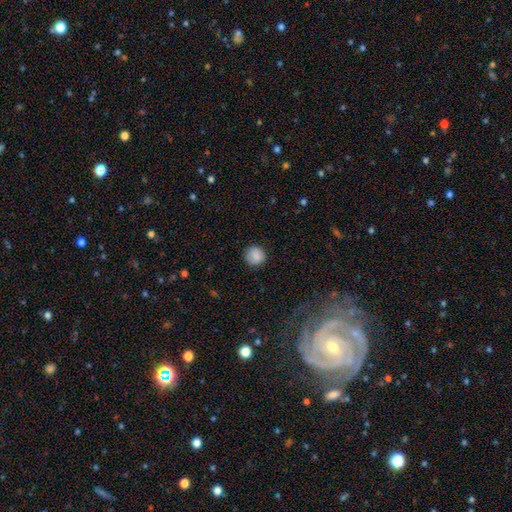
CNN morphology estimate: smooth-or-featured: smooth: 87% | star or artifact: 8% | featured or disk: 6%
  how-rounded: round: 92% | in between: 8% | cigar-shaped: 1%
  merging: none: 87% | minor disturbance: 9% | major disturbance: 3% | merger: 1%